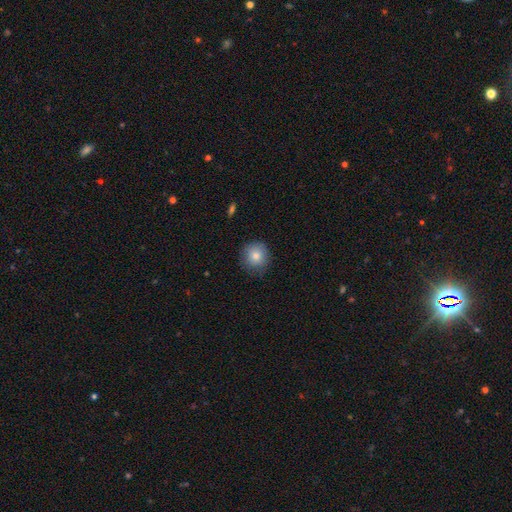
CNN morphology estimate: Q: Smooth or featured?
A: smooth (82%); runner-up: featured or disk (9%)
Q: How rounded?
A: round (91%); runner-up: in between (8%)
Q: Merging?
A: none (81%); runner-up: minor disturbance (15%)